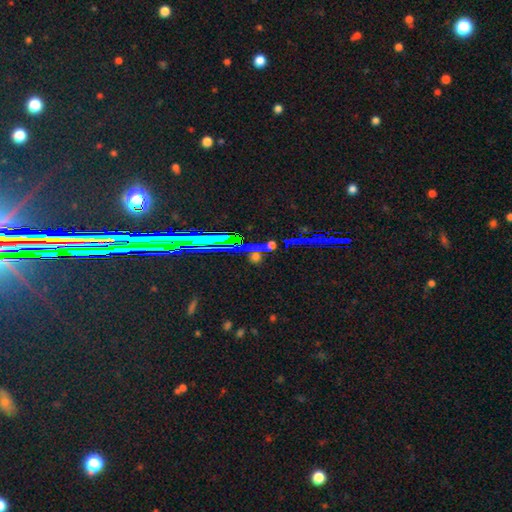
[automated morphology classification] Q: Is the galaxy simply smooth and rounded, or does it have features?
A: star or artifact — 76%.